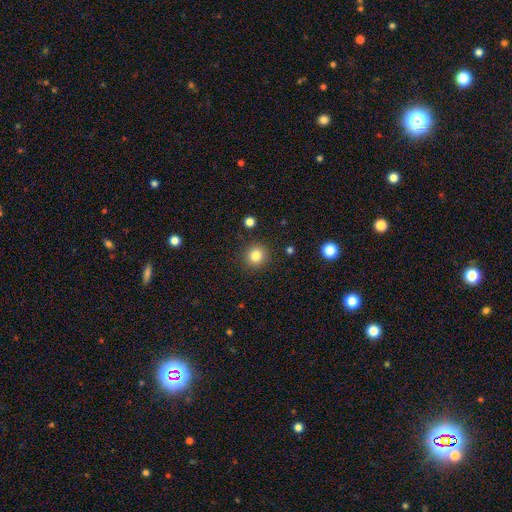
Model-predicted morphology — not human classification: smooth-or-featured: smooth: 83% | star or artifact: 12% | featured or disk: 5%
  how-rounded: round: 91% | in between: 8% | cigar-shaped: 1%
  merging: none: 89% | minor disturbance: 7% | major disturbance: 2% | merger: 2%